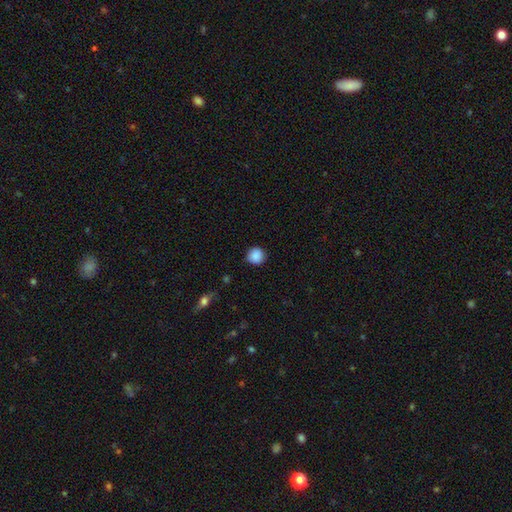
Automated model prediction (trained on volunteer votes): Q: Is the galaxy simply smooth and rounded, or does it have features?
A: smooth — 88%.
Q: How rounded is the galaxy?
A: round — 93%.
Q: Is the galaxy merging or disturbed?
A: none — 88%.